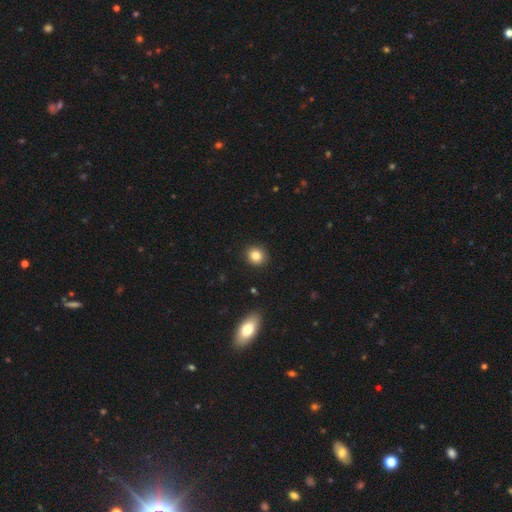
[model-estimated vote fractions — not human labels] Q: Smooth or featured?
A: smooth (85%); runner-up: star or artifact (10%)
Q: How rounded?
A: round (82%); runner-up: in between (17%)
Q: Merging?
A: none (90%); runner-up: minor disturbance (6%)